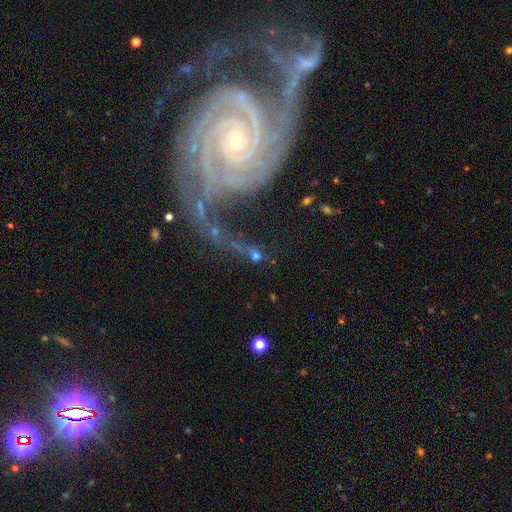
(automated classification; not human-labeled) Smooth or featured: smooth — 43% (star or artifact — 37%)
Merging: none — 51% (merger — 20%)